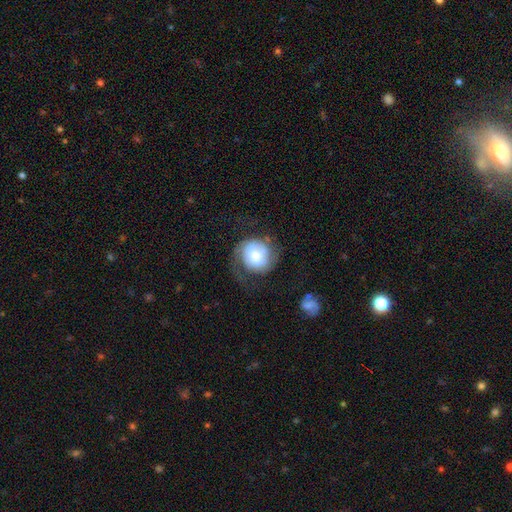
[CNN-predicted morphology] Smooth or featured: featured or disk — 52% (smooth — 41%)
Edge-on disk: no — 97% (yes — 3%)
Bar: no — 76% (weak — 19%)
Spiral arms: yes — 81% (no — 19%)
Bulge size: moderate — 47% (small — 31%)
Merging: none — 52% (major disturbance — 25%)